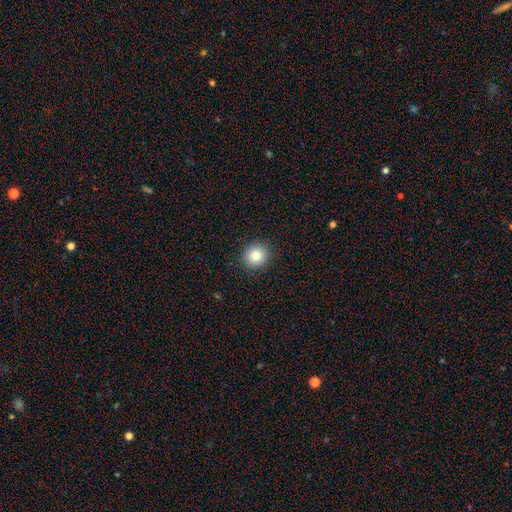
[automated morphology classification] The model was most divided on "smooth or featured": smooth: 83%, star or artifact: 10%, featured or disk: 6%. More confident: merging — none (91%); how rounded — round (88%).